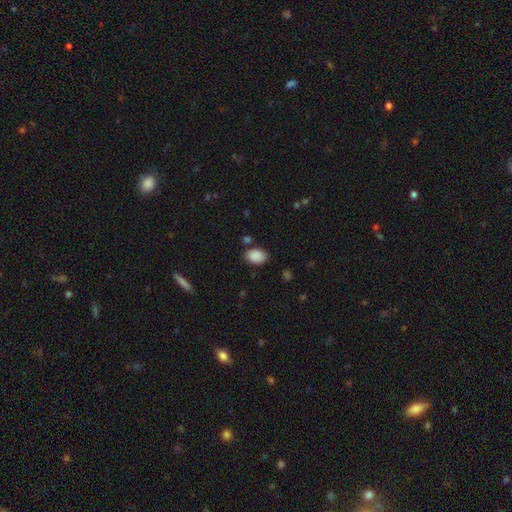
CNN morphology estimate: Smooth or featured: smooth — 89% (star or artifact — 8%)
How rounded: in between — 82% (round — 17%)
Merging: none — 78% (minor disturbance — 14%)